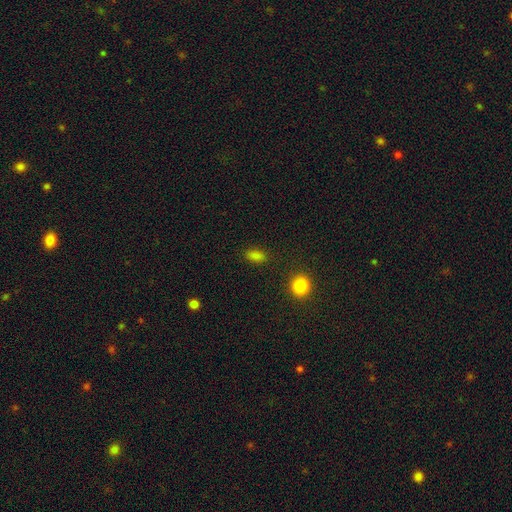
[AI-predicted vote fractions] Q: Smooth or featured?
A: smooth (82%); runner-up: star or artifact (14%)
Q: How rounded?
A: in between (86%); runner-up: round (10%)
Q: Merging?
A: none (86%); runner-up: minor disturbance (9%)